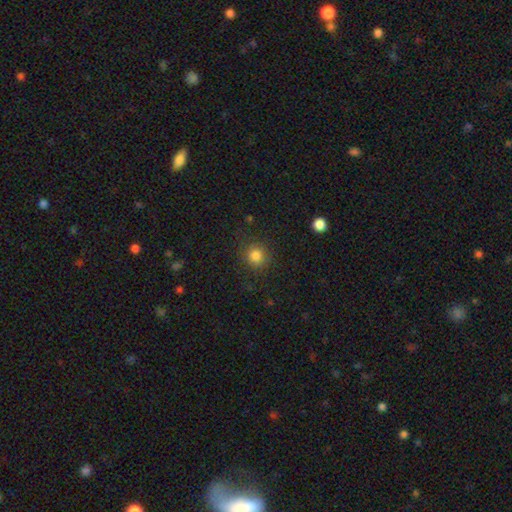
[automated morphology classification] This appears to be a smooth galaxy with no disk features (82%) that is round (91%). Merging: none (84%).